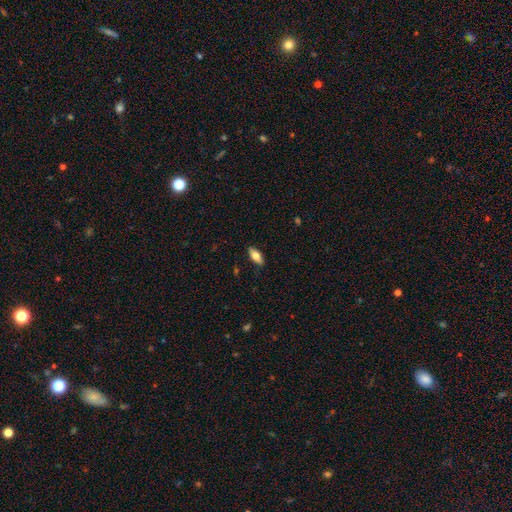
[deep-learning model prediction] smooth-or-featured: smooth: 72% | featured or disk: 22% | star or artifact: 7%
  how-rounded: in between: 83% | cigar-shaped: 15% | round: 3%
  merging: none: 88% | minor disturbance: 10% | major disturbance: 2% | merger: 1%